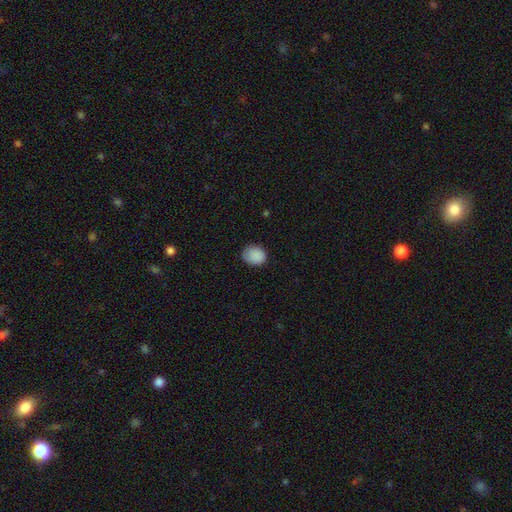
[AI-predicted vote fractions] A smooth galaxy with no disk features (88%) that is round (59%).

Vote fractions:
- Smooth or featured? smooth: 88% / star or artifact: 8% / featured or disk: 4%
- How rounded? round: 59% / in between: 40% / cigar-shaped: 1%
- Merging? none: 75% / minor disturbance: 20% / major disturbance: 4% / merger: 1%